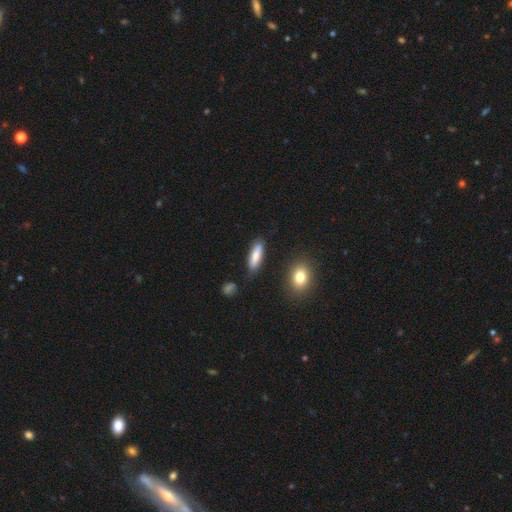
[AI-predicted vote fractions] A smooth galaxy with no disk features (75%) that is cigar-shaped (58%).

Vote fractions:
- Smooth or featured? smooth: 75% / featured or disk: 18% / star or artifact: 7%
- How rounded? cigar-shaped: 58% / in between: 40% / round: 2%
- Merging? none: 78% / minor disturbance: 15% / major disturbance: 4% / merger: 3%